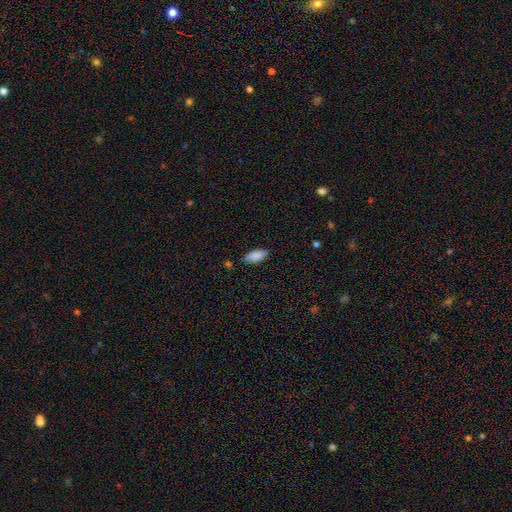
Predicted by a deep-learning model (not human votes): Overall: smooth (88%). How rounded: in between (87%). Merging: none (85%).